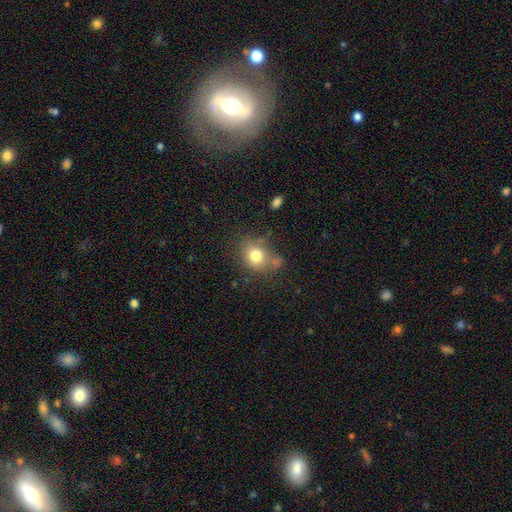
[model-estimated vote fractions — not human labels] Q: Smooth or featured?
A: smooth (76%); runner-up: featured or disk (12%)
Q: How rounded?
A: round (59%); runner-up: in between (40%)
Q: Merging?
A: none (62%); runner-up: minor disturbance (20%)